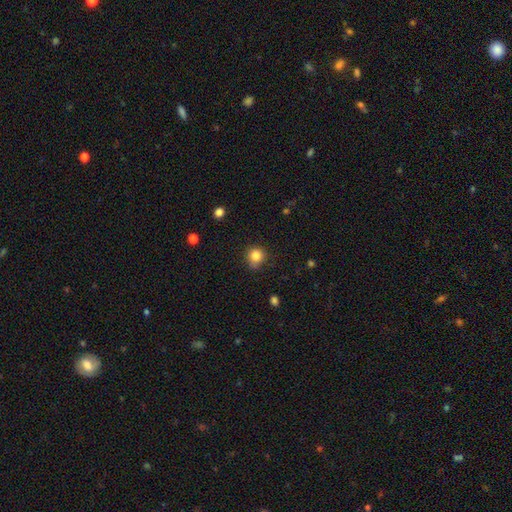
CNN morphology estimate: Smooth or featured? Predicted: smooth (p=0.83). How rounded? Predicted: round (p=0.88). Merging? Predicted: none (p=0.75).